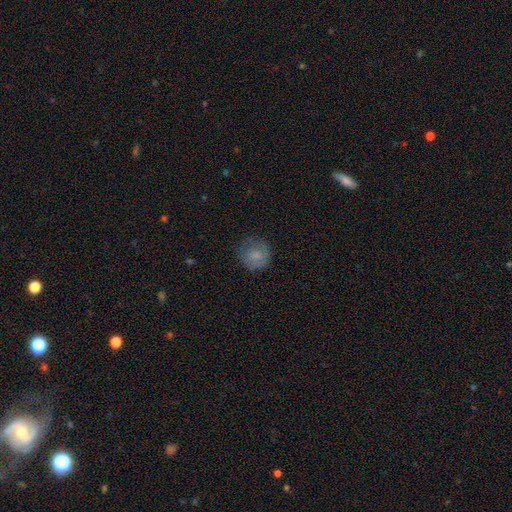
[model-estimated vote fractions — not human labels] This is likely a smooth galaxy (70%). How rounded: clearly round (89%). Merging: likely none (69%).